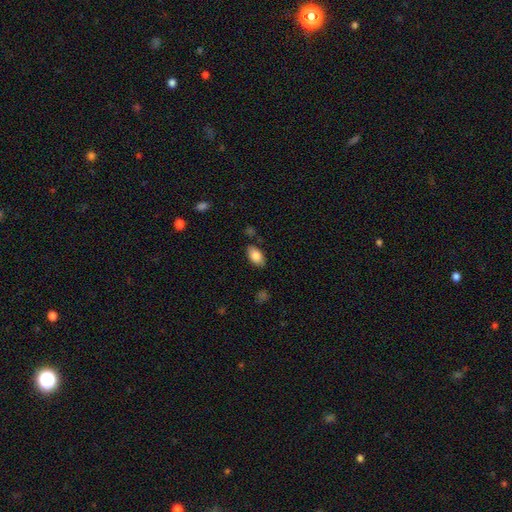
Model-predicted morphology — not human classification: type=smooth (83%); roundness=in between (93%); merging=none (83%).